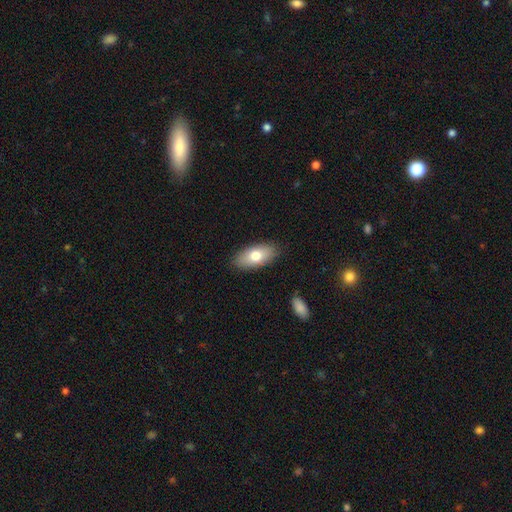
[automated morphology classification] Smooth or featured? Predicted: smooth (p=0.76). How rounded? Predicted: in between (p=0.89). Merging? Predicted: none (p=0.87).